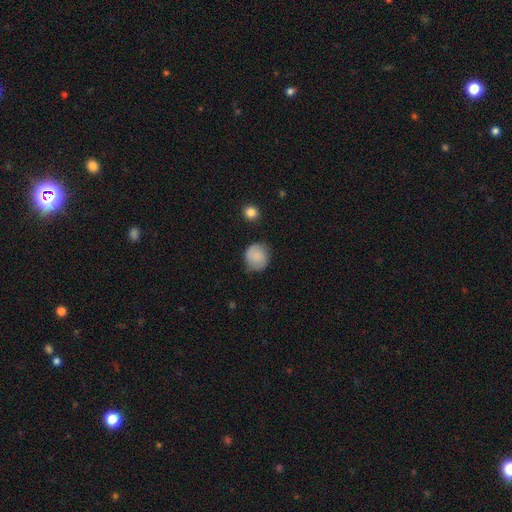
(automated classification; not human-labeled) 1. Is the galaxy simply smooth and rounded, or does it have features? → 81% smooth, 11% featured or disk, 8% star or artifact.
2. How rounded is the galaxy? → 85% round, 14% in between, 1% cigar-shaped.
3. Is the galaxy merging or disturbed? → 70% none, 23% minor disturbance, 5% major disturbance, 2% merger.